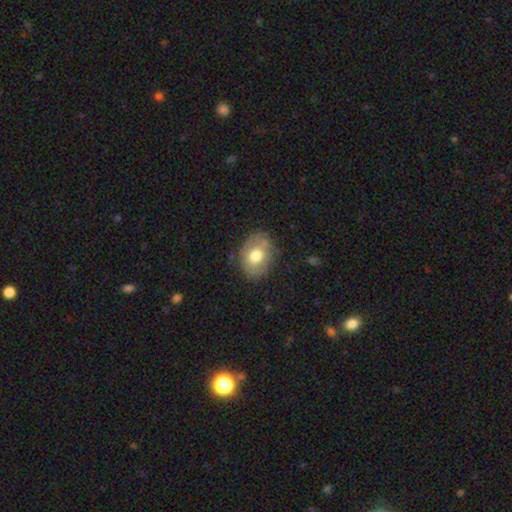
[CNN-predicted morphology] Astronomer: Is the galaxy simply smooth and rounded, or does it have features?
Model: smooth — 65%.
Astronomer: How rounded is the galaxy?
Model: in between — 68%.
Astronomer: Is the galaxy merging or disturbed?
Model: none — 76%.